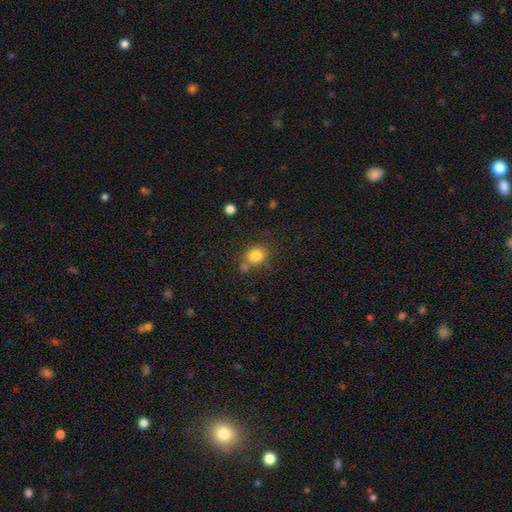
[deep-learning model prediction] The model was most divided on "merging": none: 62%, merger: 18%, minor disturbance: 15%, major disturbance: 5%. More confident: smooth or featured — smooth (82%); how rounded — round (79%).